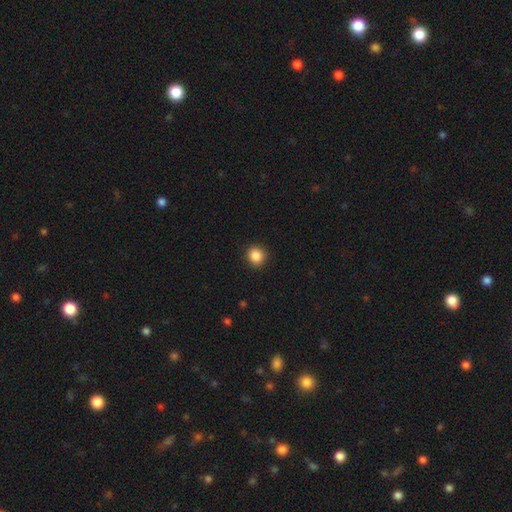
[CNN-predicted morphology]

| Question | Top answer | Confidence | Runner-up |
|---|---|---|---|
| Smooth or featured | smooth | 87% | star or artifact (10%) |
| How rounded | round | 87% | in between (12%) |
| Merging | none | 91% | minor disturbance (6%) |